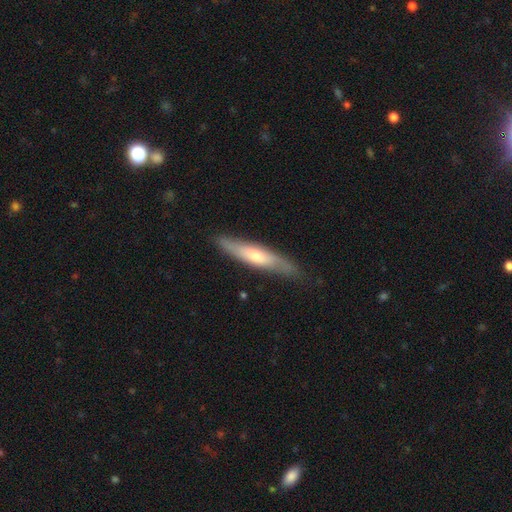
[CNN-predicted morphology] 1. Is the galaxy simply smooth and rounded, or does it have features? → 51% smooth, 44% featured or disk, 5% star or artifact.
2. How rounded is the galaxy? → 84% cigar-shaped, 15% in between, 1% round.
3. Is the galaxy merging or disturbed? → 82% none, 14% minor disturbance, 3% major disturbance, 1% merger.